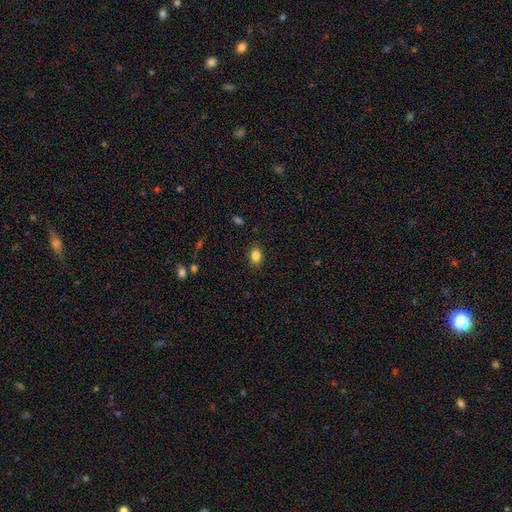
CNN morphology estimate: Smooth or featured?
  - smooth: 84% *
  - star or artifact: 10%
  - featured or disk: 6%
How rounded?
  - in between: 63% *
  - round: 35%
  - cigar-shaped: 1%
Merging?
  - none: 86% *
  - minor disturbance: 10%
  - major disturbance: 3%
  - merger: 1%